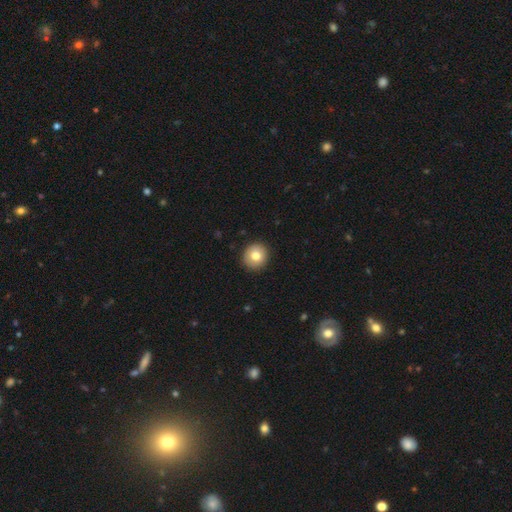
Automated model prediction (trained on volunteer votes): Morphology: type=smooth (80%); roundness=round (91%); merging=none (92%).